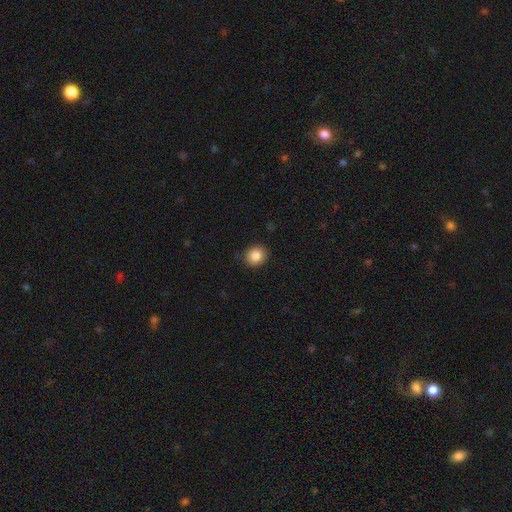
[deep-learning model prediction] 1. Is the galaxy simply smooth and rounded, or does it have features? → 86% smooth, 9% star or artifact, 4% featured or disk.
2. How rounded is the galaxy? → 78% round, 21% in between, 1% cigar-shaped.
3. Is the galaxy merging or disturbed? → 89% none, 8% minor disturbance, 2% major disturbance, 1% merger.